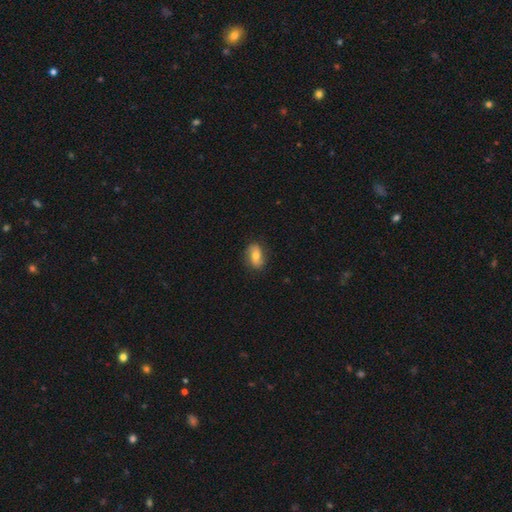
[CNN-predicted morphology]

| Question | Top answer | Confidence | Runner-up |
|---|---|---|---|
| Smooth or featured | smooth | 56% | featured or disk (36%) |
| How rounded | in between | 83% | round (14%) |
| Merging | none | 79% | minor disturbance (16%) |